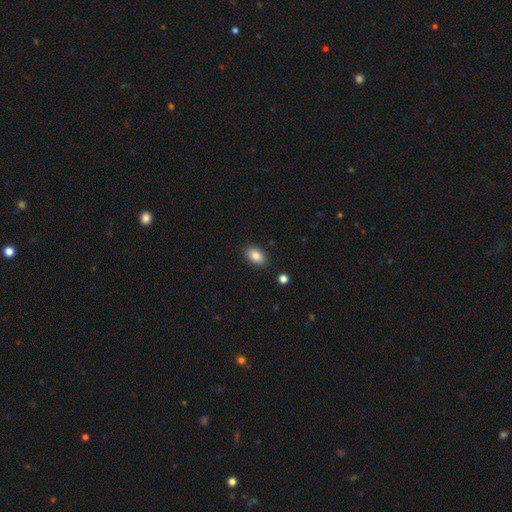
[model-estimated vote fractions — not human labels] Smooth or featured? Predicted: smooth (p=0.86). How rounded? Predicted: in between (p=0.89). Merging? Predicted: none (p=0.87).